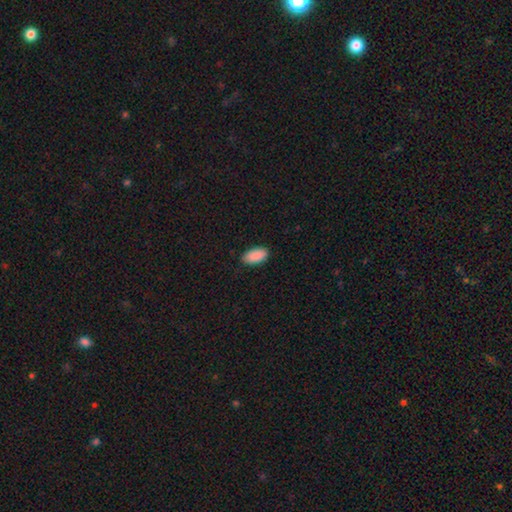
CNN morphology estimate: Smooth or featured: smooth — 91% (star or artifact — 6%)
How rounded: in between — 95% (cigar-shaped — 3%)
Merging: none — 87% (minor disturbance — 10%)